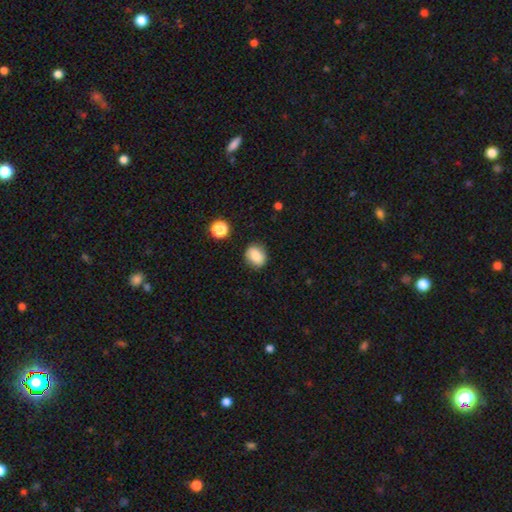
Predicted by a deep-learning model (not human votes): This appears to be a smooth galaxy with no disk features (80%) that is round (54%). Merging: none (84%).